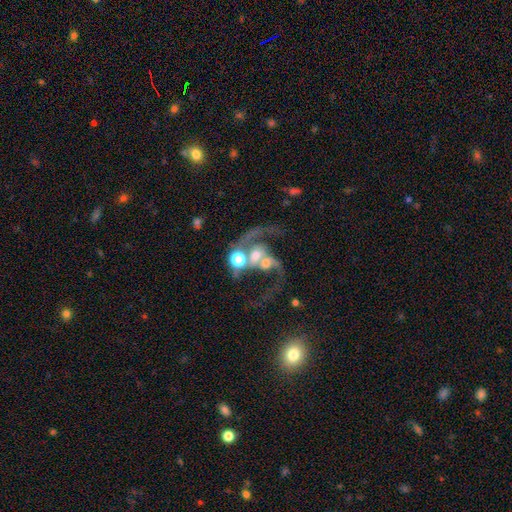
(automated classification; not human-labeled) Smooth or featured: featured or disk — 67% (smooth — 21%)
Edge-on disk: no — 97% (yes — 3%)
Bar: no — 63% (weak — 25%)
Spiral arms: yes — 81% (no — 19%)
Spiral winding: loose — 73% (medium — 23%)
Spiral arm count: 2 — 71% (1 — 17%)
Bulge size: moderate — 43% (large — 25%)
Merging: merger — 68% (major disturbance — 13%)